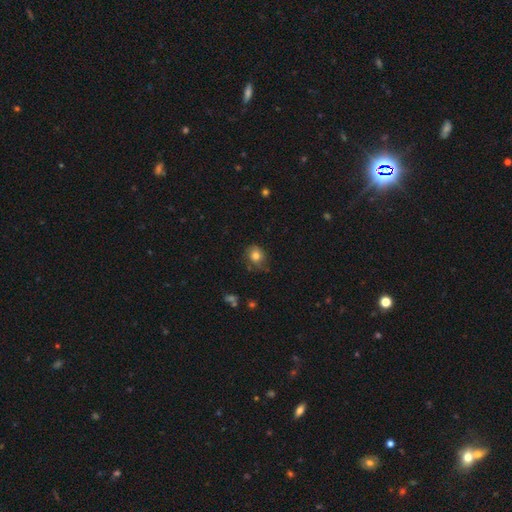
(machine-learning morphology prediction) smooth-or-featured: smooth: 75% | featured or disk: 15% | star or artifact: 10%
  how-rounded: round: 61% | in between: 38% | cigar-shaped: 1%
  merging: none: 62% | minor disturbance: 27% | major disturbance: 8% | merger: 2%